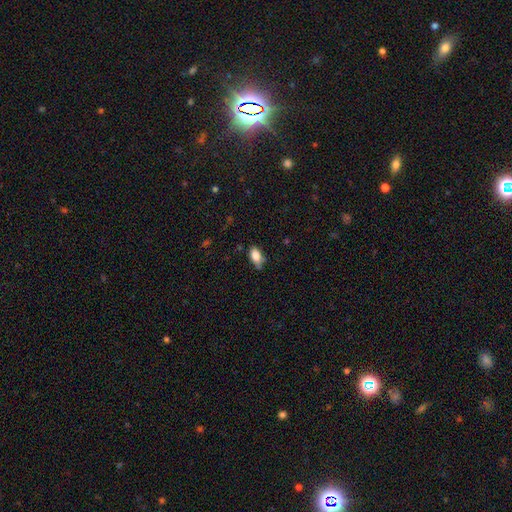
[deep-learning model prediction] Smooth or featured: smooth — 82% (featured or disk — 10%)
How rounded: in between — 89% (cigar-shaped — 5%)
Merging: none — 59% (minor disturbance — 31%)